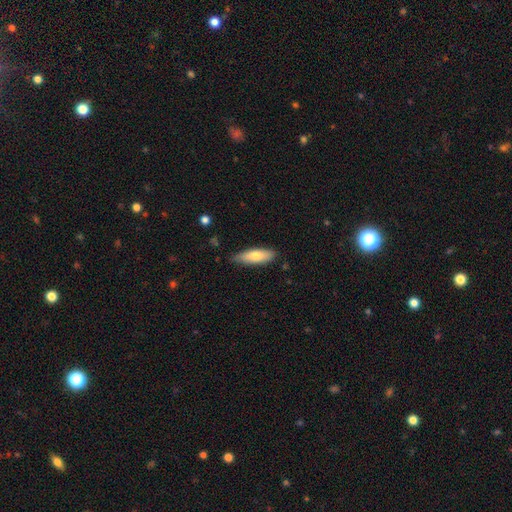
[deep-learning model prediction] This appears to be a smooth galaxy with no disk features (73%) that is in between round and cigar-shaped (53%). Merging: none (78%).